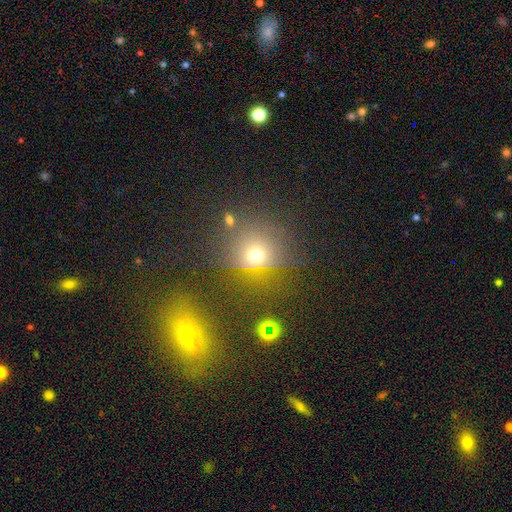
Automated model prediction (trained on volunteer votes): smooth 60%, star or artifact 27%, featured or disk 12%. Down the decision tree: how rounded — round (85%); merging — none (73%).